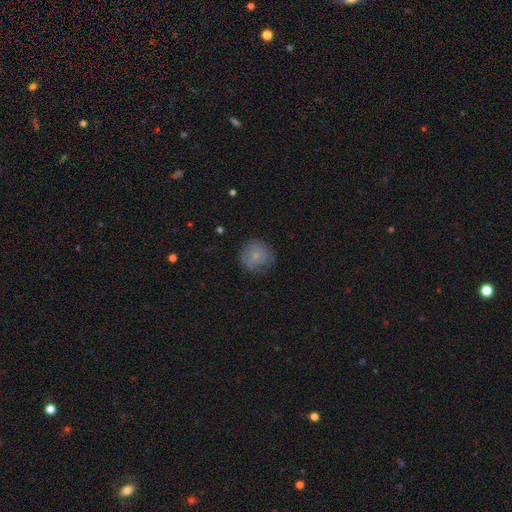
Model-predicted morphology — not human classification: A smooth galaxy with no disk features (72%) that is round (91%). Merging: none (72%).